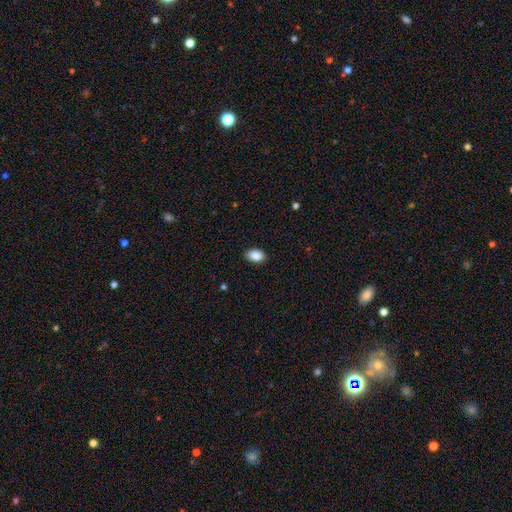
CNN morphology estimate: A smooth galaxy with no disk features (88%) that is in between round and cigar-shaped (88%). Merging: none (88%).